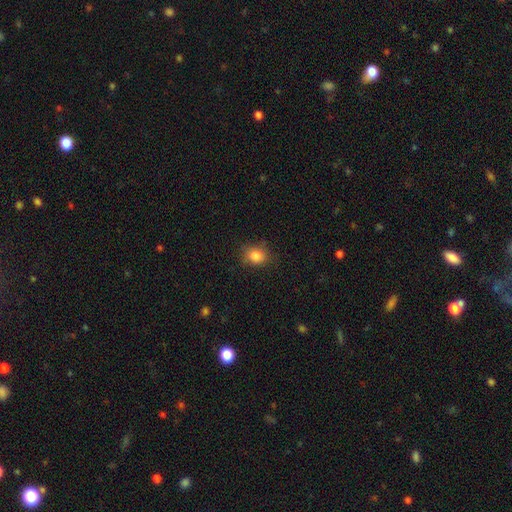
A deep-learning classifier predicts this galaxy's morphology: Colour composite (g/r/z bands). It shows a smooth galaxy with no disk features (84%) that is round (52%). Merging: none (79%).